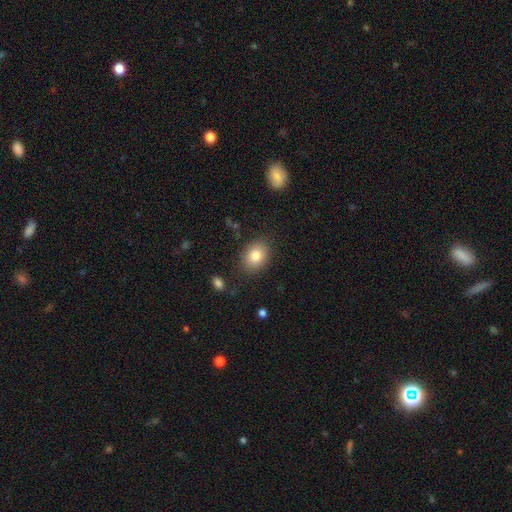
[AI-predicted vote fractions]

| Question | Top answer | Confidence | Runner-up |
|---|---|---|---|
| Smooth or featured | smooth | 82% | featured or disk (9%) |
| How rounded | in between | 64% | round (35%) |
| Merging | none | 85% | minor disturbance (11%) |